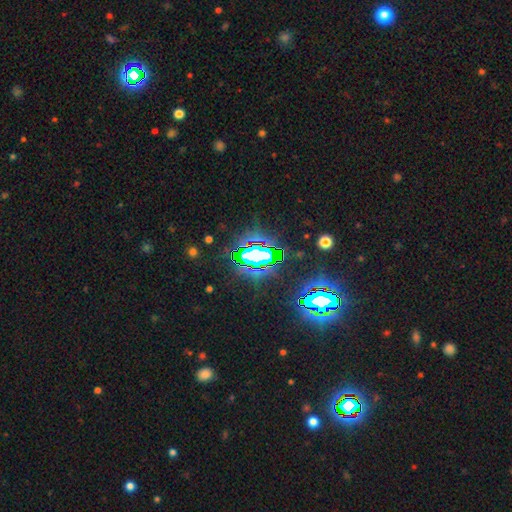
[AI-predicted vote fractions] Smooth or featured: star or artifact — 72% (smooth — 15%)